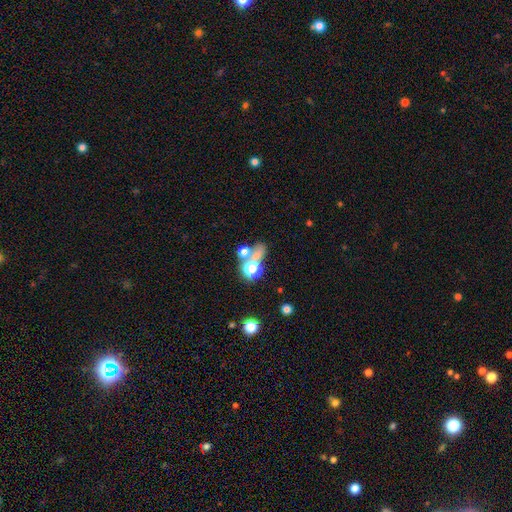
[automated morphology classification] smooth_or_featured: smooth (p=0.55) [alt: star or artifact p=0.28]
how_rounded: round (p=0.68) [alt: in between p=0.29]
merging: merger (p=0.45) [alt: none p=0.38]